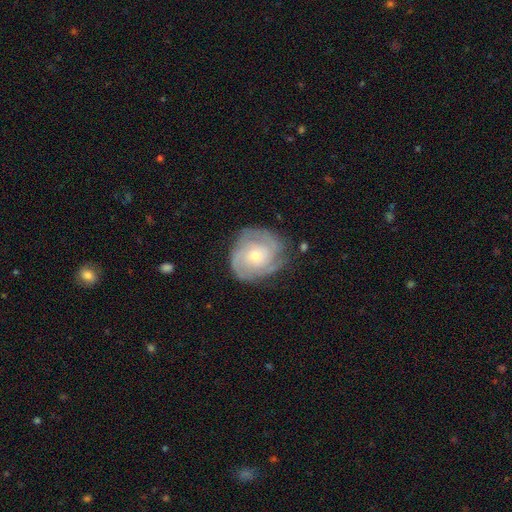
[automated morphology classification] The model was most divided on "bulge size": small: 54%, moderate: 42%, large: 2%, none: 1%, dominant: 1%. Remaining: edge-on disk — no (98%); spiral arms — yes (95%); smooth or featured — featured or disk (82%); bar — no (78%); merging — none (75%); spiral winding — tight (65%); spiral arm count — 3 (38%).